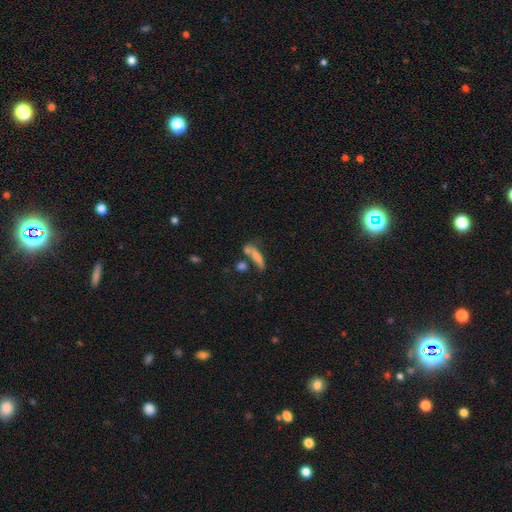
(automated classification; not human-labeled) Smooth or featured? smooth (67%)
How rounded? cigar-shaped (69%)
Merging? none (40%)